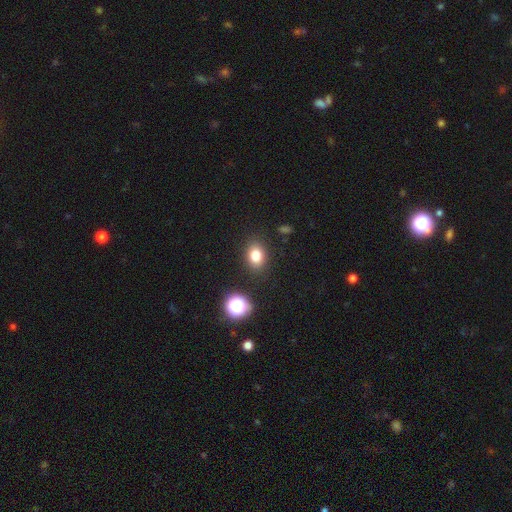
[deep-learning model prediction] The model was most divided on "how rounded": in between: 59%, round: 40%, cigar-shaped: 1%. More confident: merging — none (86%); smooth or featured — smooth (79%).